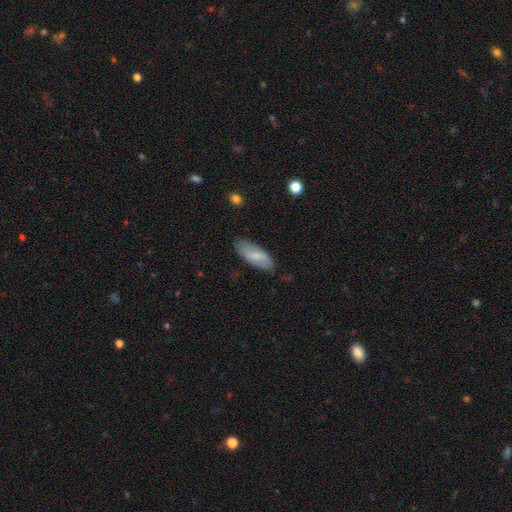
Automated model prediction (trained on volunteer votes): smooth 69%, featured or disk 25%, star or artifact 6%. Down the decision tree: how rounded — in between (76%); merging — none (80%).